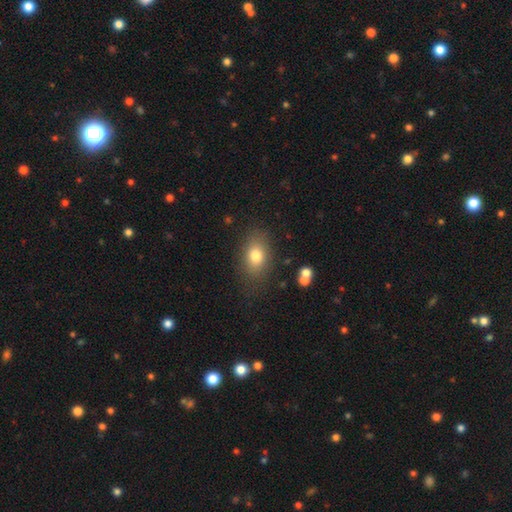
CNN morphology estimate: Overall: smooth (77%). How rounded: in between (79%). Merging: none (79%).